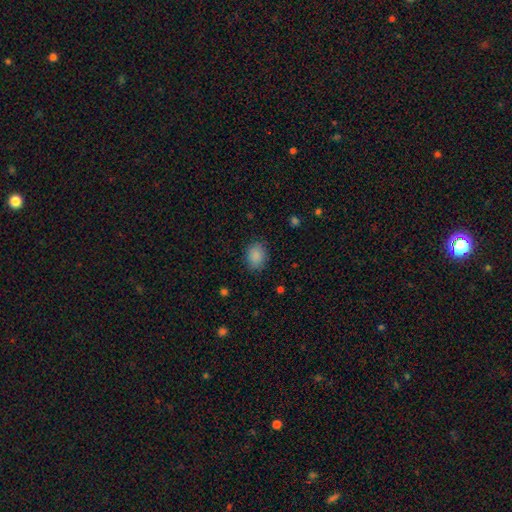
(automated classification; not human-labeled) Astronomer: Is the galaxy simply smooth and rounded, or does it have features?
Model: smooth — 88%.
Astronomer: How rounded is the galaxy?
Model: in between — 59% (runner-up: round, 40%).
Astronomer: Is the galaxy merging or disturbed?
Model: none — 84%.